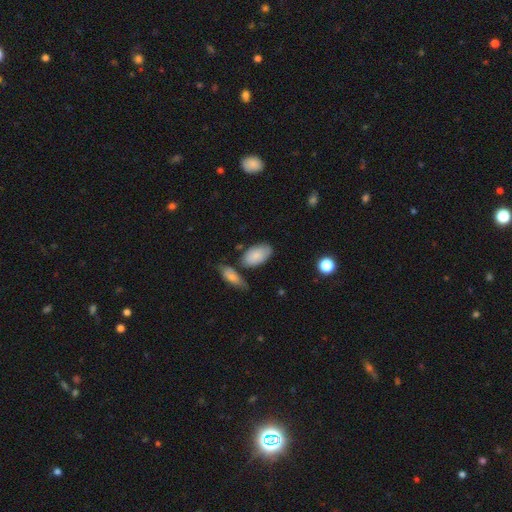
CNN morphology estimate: Smooth or featured: smooth — 82% (featured or disk — 12%)
How rounded: in between — 94% (round — 4%)
Merging: none — 62% (minor disturbance — 19%)